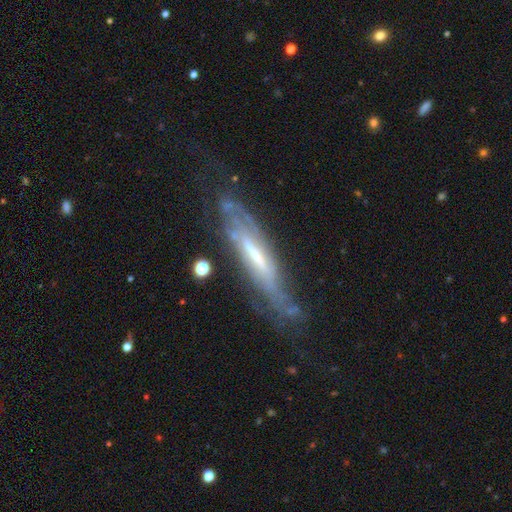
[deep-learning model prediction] Smooth or featured: featured or disk — 76% (smooth — 17%)
Edge-on disk: yes — 59% (no — 41%)
Merging: none — 55% (minor disturbance — 26%)